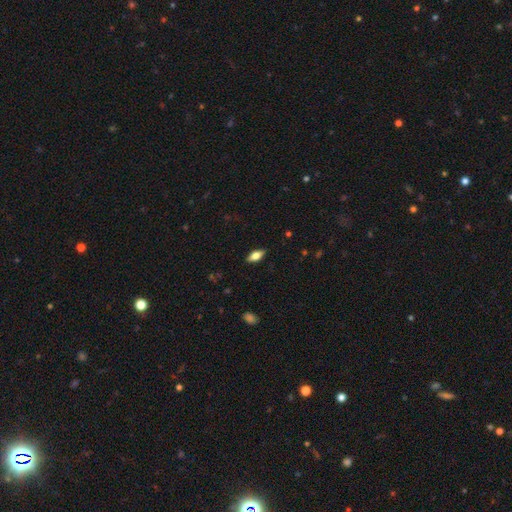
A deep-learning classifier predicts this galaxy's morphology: A smooth galaxy with no disk features (65%) that is in between round and cigar-shaped (83%). Merging: none (87%).